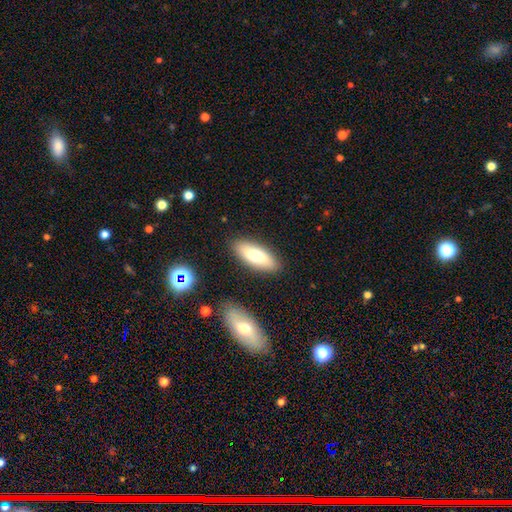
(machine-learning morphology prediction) This appears to be a smooth galaxy with no disk features (69%) that is in between round and cigar-shaped (76%). Merging: none (86%).